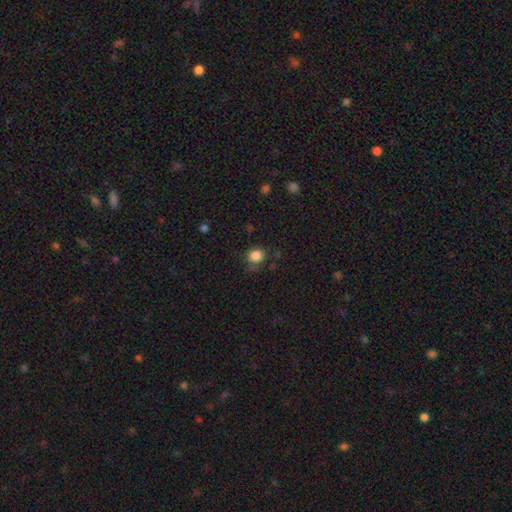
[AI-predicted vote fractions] The model was most divided on "merging": none: 71%, minor disturbance: 20%, major disturbance: 6%, merger: 2%. More confident: smooth or featured — smooth (84%); how rounded — round (77%).